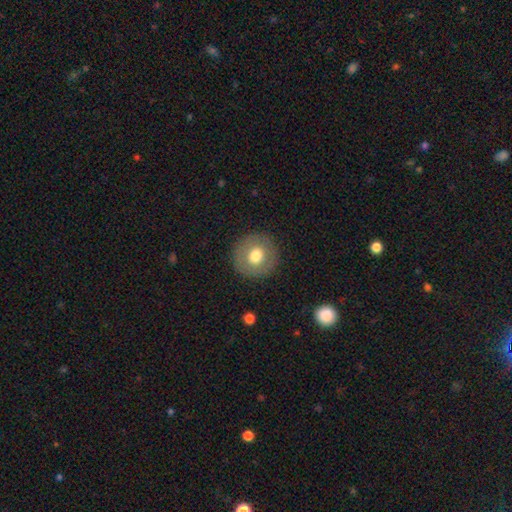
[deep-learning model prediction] A smooth galaxy with no disk features (68%) that is round (94%). Merging: none (89%).